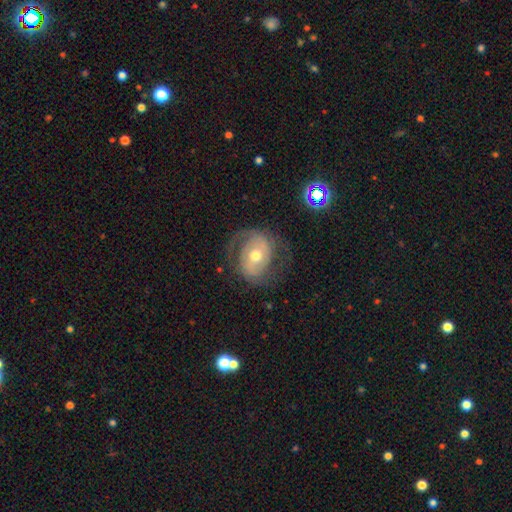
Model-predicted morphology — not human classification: Smooth or featured?
  - featured or disk: 74% *
  - smooth: 19%
  - star or artifact: 7%
Edge-on disk?
  - no: 96% *
  - yes: 4%
Bar?
  - no: 50% *
  - weak: 35%
  - strong: 16%
Spiral arms?
  - yes: 82% *
  - no: 18%
Spiral winding?
  - medium: 44% *
  - tight: 31%
  - loose: 25%
Spiral arm count?
  - 2: 75% *
  - can't tell: 11%
  - 1: 9%
  - 3: 2%
  - 4: 1%
  - more than 4: 1%
Bulge size?
  - moderate: 74% *
  - small: 17%
  - large: 6%
  - dominant: 1%
  - none: 1%
Merging?
  - none: 64% *
  - minor disturbance: 18%
  - major disturbance: 17%
  - merger: 2%